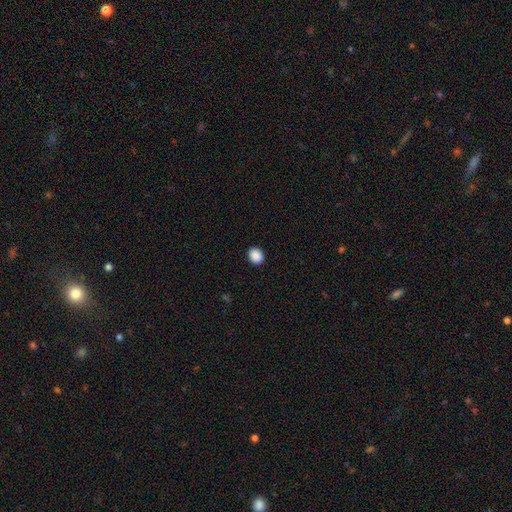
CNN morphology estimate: Smooth or featured? smooth (90%)
How rounded? round (56%)
Merging? none (91%)